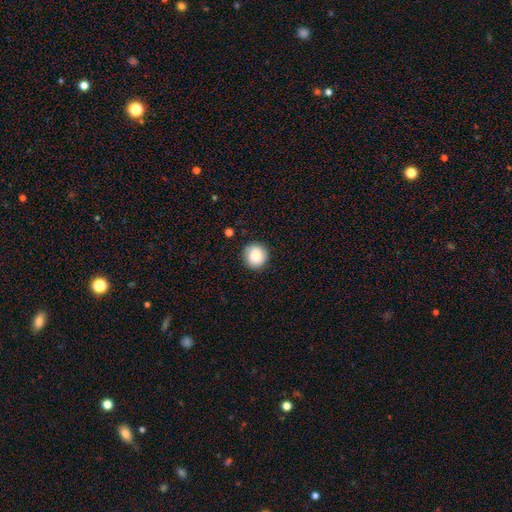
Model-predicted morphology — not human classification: Smooth or featured?
  - smooth: 86% *
  - star or artifact: 8%
  - featured or disk: 6%
How rounded?
  - round: 92% *
  - in between: 7%
  - cigar-shaped: 1%
Merging?
  - none: 89% *
  - minor disturbance: 8%
  - major disturbance: 2%
  - merger: 1%